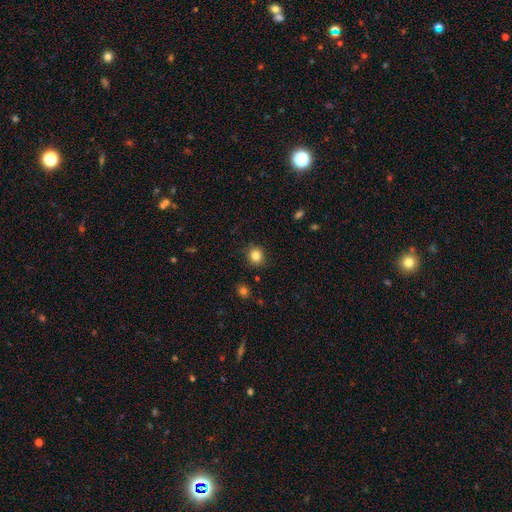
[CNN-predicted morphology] smooth_or_featured: smooth (p=0.83) [alt: star or artifact p=0.12]
how_rounded: round (p=0.86) [alt: in between p=0.13]
merging: none (p=0.88) [alt: minor disturbance p=0.08]